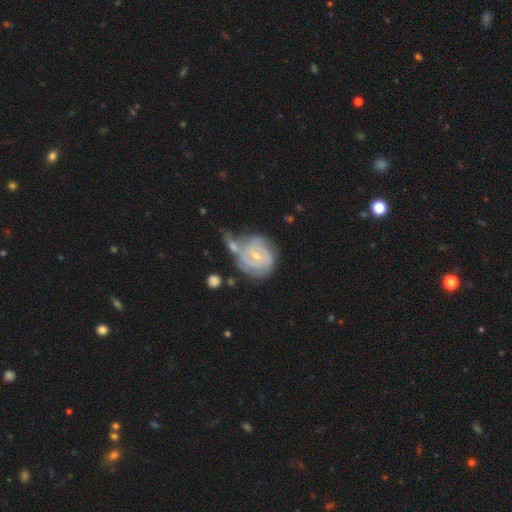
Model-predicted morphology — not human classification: This is likely a featured or disk galaxy (79%). It is clearly not viewed edge-on (97%). Bar: possibly no (60%). Spiral arm pattern: clearly yes (92%). Spiral arm count: marginally can't tell (32%). Spiral winding: likely tight (70%). Central bulge: possibly small (58%). Merging: marginally none (37%).